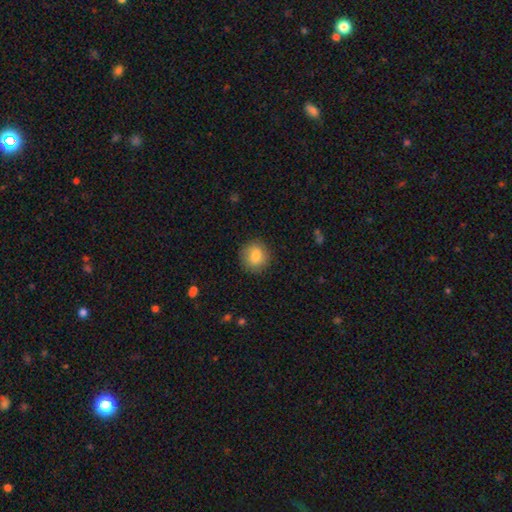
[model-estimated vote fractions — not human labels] Smooth or featured?
  - smooth: 82% *
  - featured or disk: 10%
  - star or artifact: 8%
How rounded?
  - round: 89% *
  - in between: 10%
  - cigar-shaped: 1%
Merging?
  - none: 87% *
  - minor disturbance: 9%
  - major disturbance: 3%
  - merger: 1%